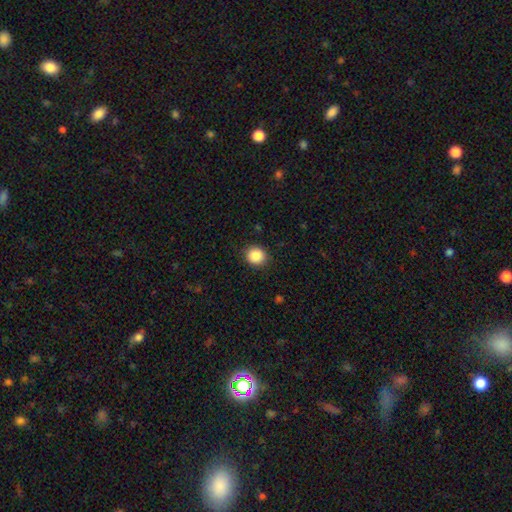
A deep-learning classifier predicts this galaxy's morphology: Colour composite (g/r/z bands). It shows a smooth galaxy with no disk features (87%) that is round (88%). Merging: none (90%).